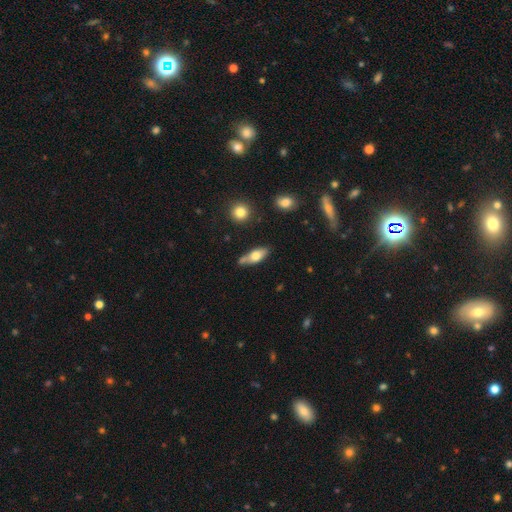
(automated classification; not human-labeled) smooth-or-featured: smooth: 65% | featured or disk: 29% | star or artifact: 7%
  how-rounded: in between: 70% | cigar-shaped: 27% | round: 3%
  merging: none: 61% | minor disturbance: 22% | merger: 12% | major disturbance: 5%